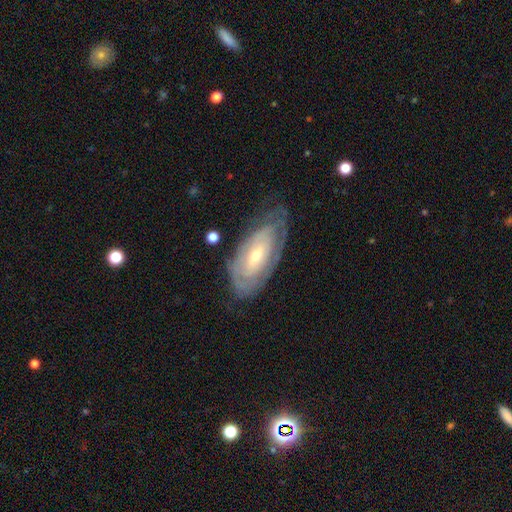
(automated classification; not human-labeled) This is likely a featured or disk galaxy (73%). It is clearly not viewed edge-on (90%). Bar: likely no (61%). Spiral arm pattern: likely yes (76%). Central bulge: possibly small (52%). Merging: likely none (63%).